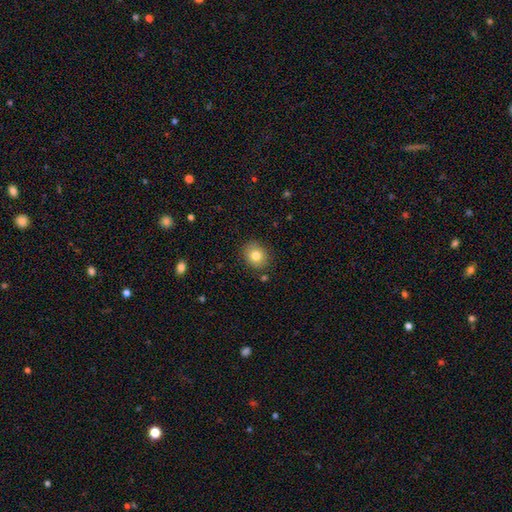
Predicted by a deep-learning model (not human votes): A smooth galaxy with no disk features (79%) that is round (65%).

Vote fractions:
- Smooth or featured? smooth: 79% / featured or disk: 11% / star or artifact: 10%
- How rounded? round: 65% / in between: 35% / cigar-shaped: 1%
- Merging? none: 86% / minor disturbance: 10% / major disturbance: 2% / merger: 2%